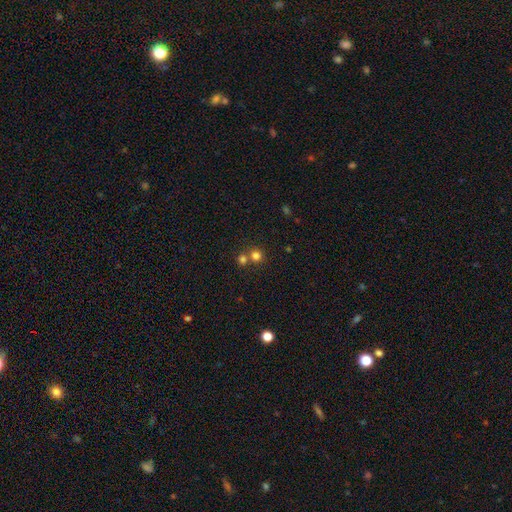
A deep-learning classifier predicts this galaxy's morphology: The model was most divided on "merging": none: 57%, merger: 36%, minor disturbance: 5%, major disturbance: 2%. More confident: how rounded — round (90%); smooth or featured — smooth (76%).